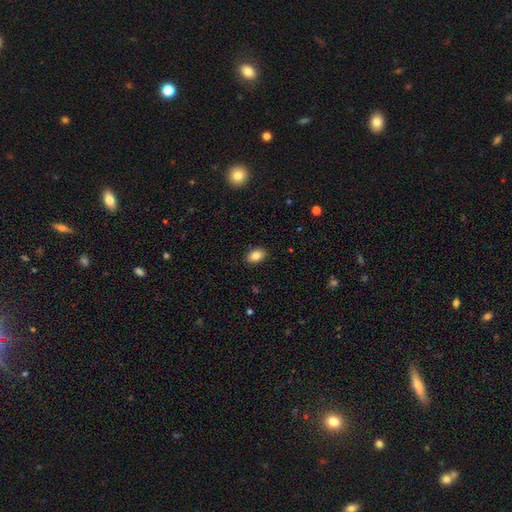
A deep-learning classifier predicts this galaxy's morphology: smooth_or_featured: smooth (p=0.85) [alt: star or artifact p=0.09]
how_rounded: in between (p=0.85) [alt: round p=0.13]
merging: none (p=0.89) [alt: minor disturbance p=0.08]